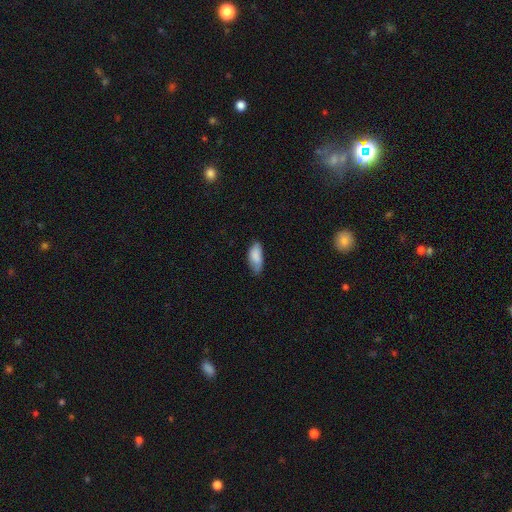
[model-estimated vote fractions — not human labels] A smooth galaxy with no disk features (84%) that is in between round and cigar-shaped (84%).

Vote fractions:
- Smooth or featured? smooth: 84% / featured or disk: 9% / star or artifact: 7%
- How rounded? in between: 84% / cigar-shaped: 14% / round: 2%
- Merging? none: 63% / minor disturbance: 30% / major disturbance: 6% / merger: 2%